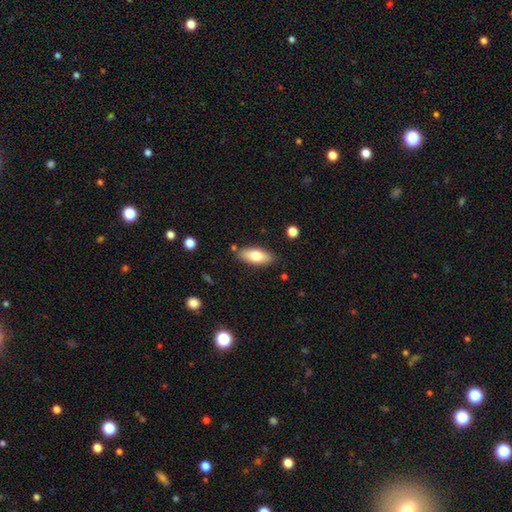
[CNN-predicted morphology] A smooth galaxy with no disk features (74%) that is in between round and cigar-shaped (81%). Merging: none (83%).